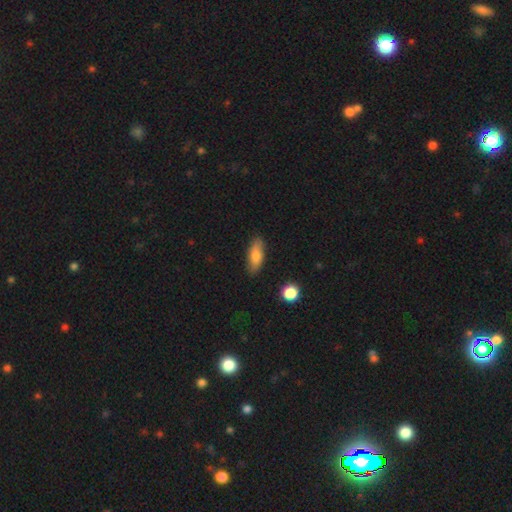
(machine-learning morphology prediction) Q: Smooth or featured?
A: smooth (78%); runner-up: featured or disk (15%)
Q: How rounded?
A: in between (72%); runner-up: cigar-shaped (25%)
Q: Merging?
A: none (84%); runner-up: minor disturbance (12%)